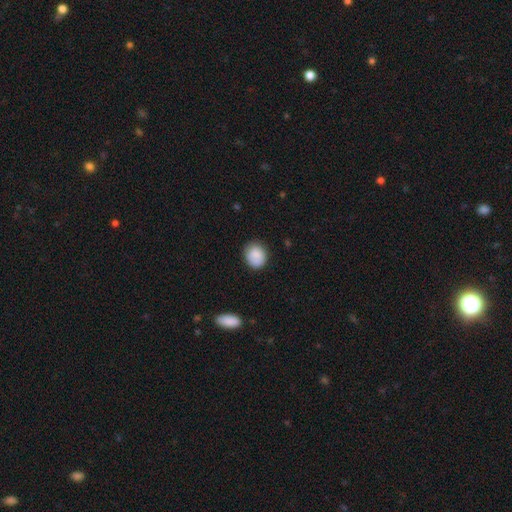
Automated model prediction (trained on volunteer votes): This is clearly a smooth galaxy (85%). How rounded: likely round (67%). Merging: likely none (80%).